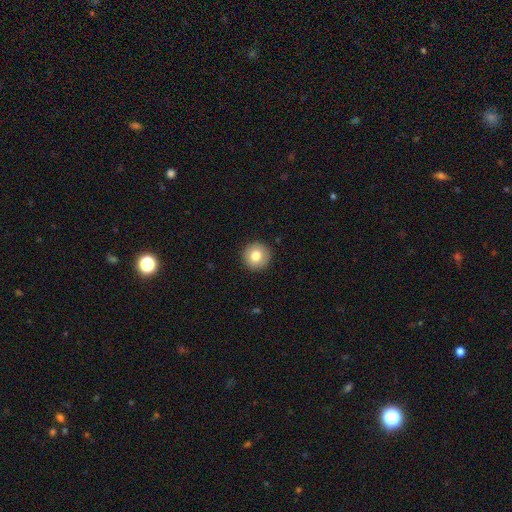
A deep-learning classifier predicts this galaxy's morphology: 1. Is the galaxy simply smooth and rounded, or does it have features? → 80% smooth, 12% featured or disk, 9% star or artifact.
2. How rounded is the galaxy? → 96% round, 3% in between, 1% cigar-shaped.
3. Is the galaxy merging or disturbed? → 93% none, 5% minor disturbance, 2% major disturbance, 1% merger.